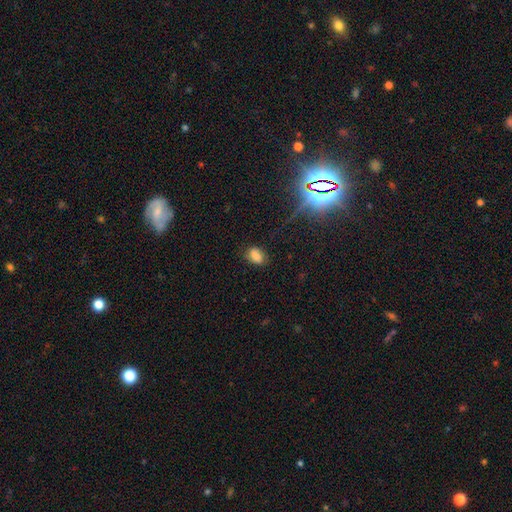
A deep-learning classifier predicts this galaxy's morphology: The model was most divided on "merging": none: 78%, minor disturbance: 16%, major disturbance: 4%, merger: 2%. More confident: how rounded — in between (85%); smooth or featured — smooth (80%).